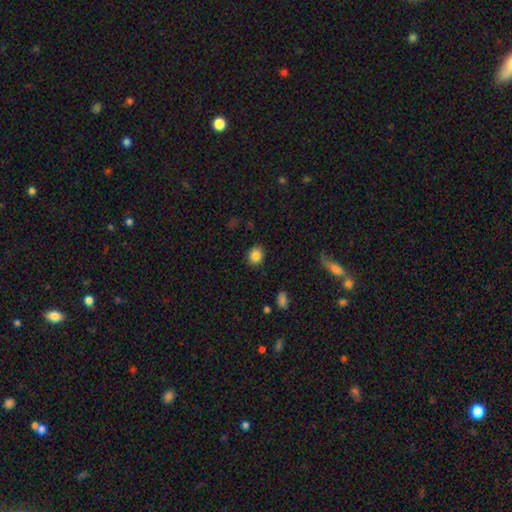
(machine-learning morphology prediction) smooth-or-featured: smooth: 84% | star or artifact: 10% | featured or disk: 6%
  how-rounded: round: 63% | in between: 36% | cigar-shaped: 1%
  merging: none: 88% | minor disturbance: 9% | major disturbance: 2% | merger: 1%